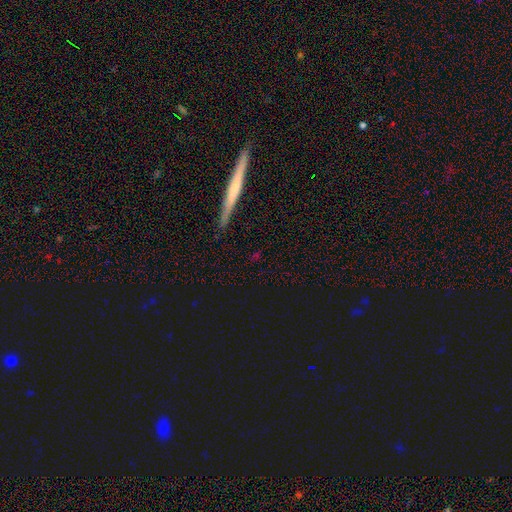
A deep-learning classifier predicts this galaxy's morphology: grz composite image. It shows a star or artifact, not a galaxy (47%).